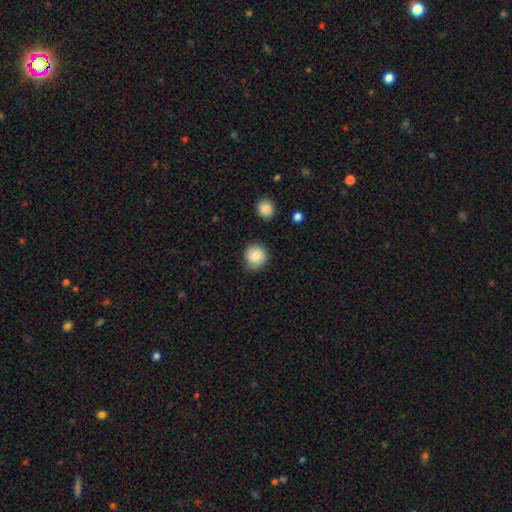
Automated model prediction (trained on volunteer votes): smooth_or_featured: smooth (p=0.85) [alt: star or artifact p=0.08]
how_rounded: round (p=0.88) [alt: in between p=0.11]
merging: none (p=0.79) [alt: minor disturbance p=0.15]